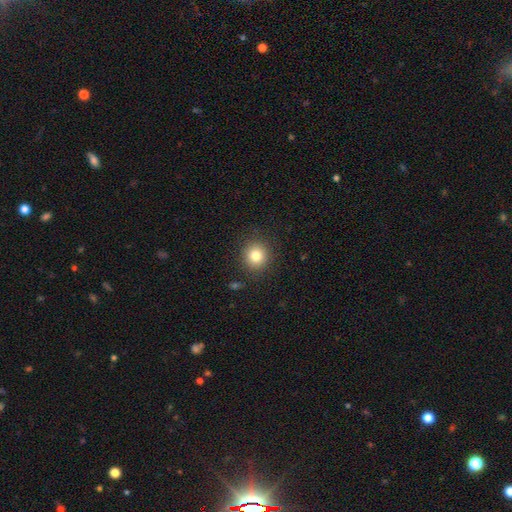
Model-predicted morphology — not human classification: A smooth galaxy with no disk features (81%) that is round (89%). Merging: none (89%).